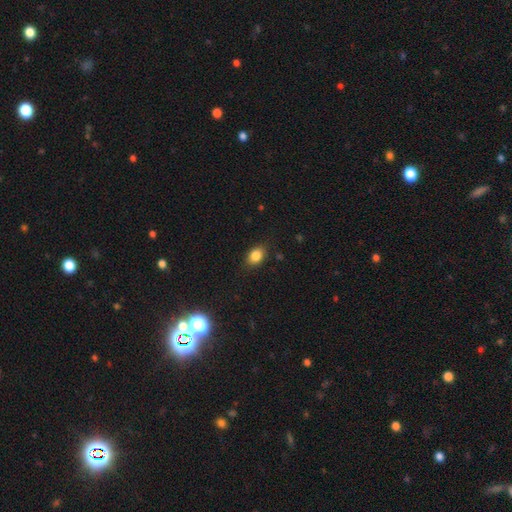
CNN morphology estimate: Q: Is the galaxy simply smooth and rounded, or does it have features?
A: smooth — 84%.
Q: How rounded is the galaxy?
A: in between — 71%.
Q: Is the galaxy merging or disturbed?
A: none — 82%.